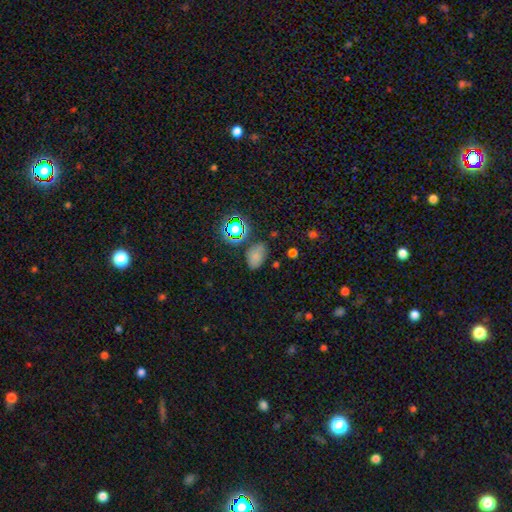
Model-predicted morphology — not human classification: smooth_or_featured: smooth (p=0.71) [alt: star or artifact p=0.21]
how_rounded: in between (p=0.85) [alt: round p=0.13]
merging: none (p=0.71) [alt: minor disturbance p=0.19]